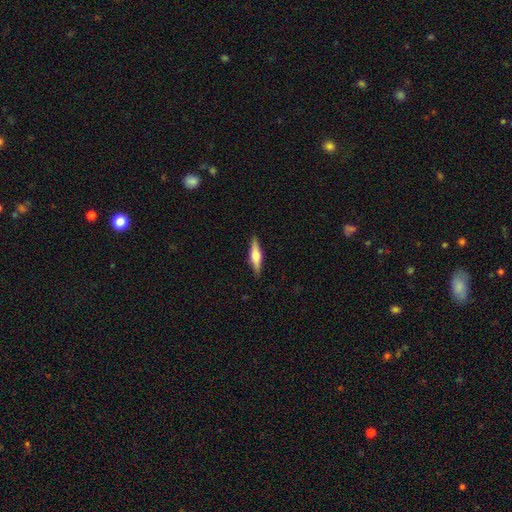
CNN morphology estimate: A featured or disk galaxy (55%) viewed edge-on (96%) with a rounded central bulge (89%).

Vote fractions:
- Smooth or featured? featured or disk: 55% / smooth: 39% / star or artifact: 6%
- Edge-on disk? yes: 96% / no: 4%
- Edge-on bulge? rounded: 89% / boxy: 8% / none: 3%
- Merging? none: 89% / minor disturbance: 8% / major disturbance: 2% / merger: 1%